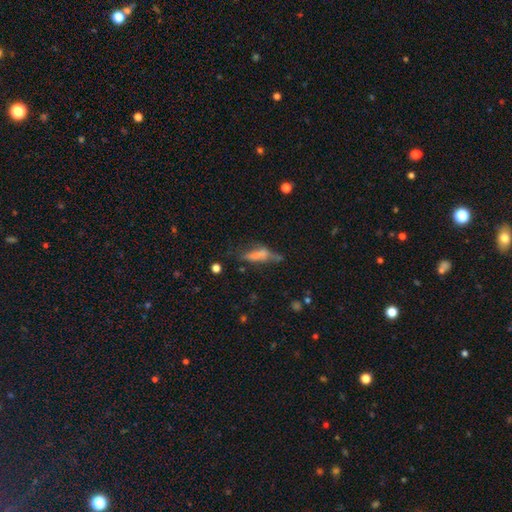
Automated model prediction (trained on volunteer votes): This is possibly a smooth galaxy (53%). How rounded: likely cigar-shaped (64%). Merging: possibly none (47%).